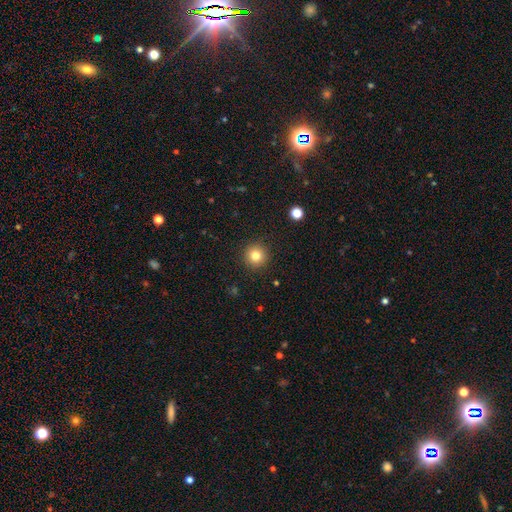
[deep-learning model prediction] The model was most divided on "smooth or featured": smooth: 81%, star or artifact: 12%, featured or disk: 7%. More confident: how rounded — round (95%); merging — none (92%).